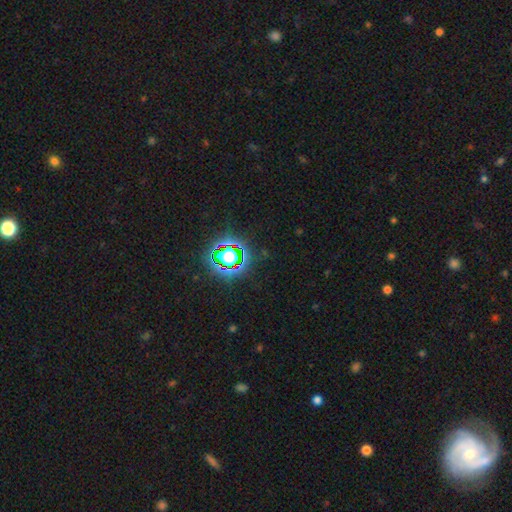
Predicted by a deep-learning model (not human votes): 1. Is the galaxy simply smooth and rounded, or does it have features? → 78% star or artifact, 14% smooth, 8% featured or disk.